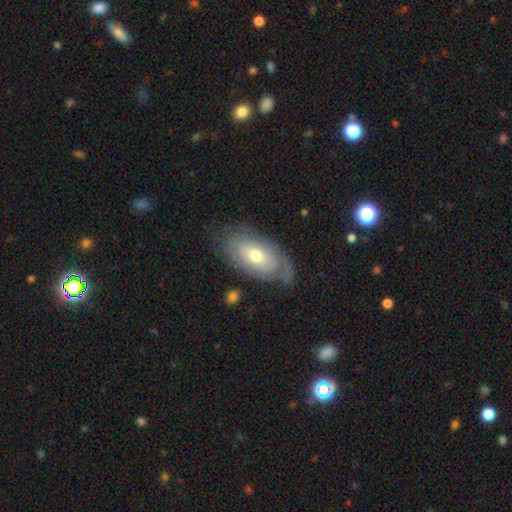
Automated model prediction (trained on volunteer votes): Smooth or featured? featured or disk (56%)
Edge-on disk? no (90%)
Bar? no (82%)
Spiral arms? yes (62%)
Bulge size? moderate (65%)
Merging? none (65%)